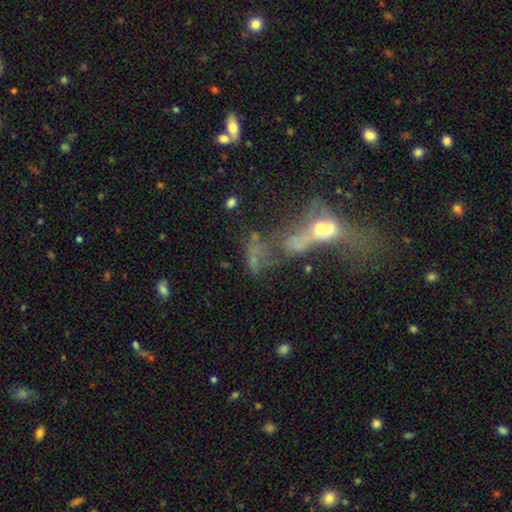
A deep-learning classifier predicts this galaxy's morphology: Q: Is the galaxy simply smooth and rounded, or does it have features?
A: featured or disk — 41%.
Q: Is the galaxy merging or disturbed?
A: merger — 60%.